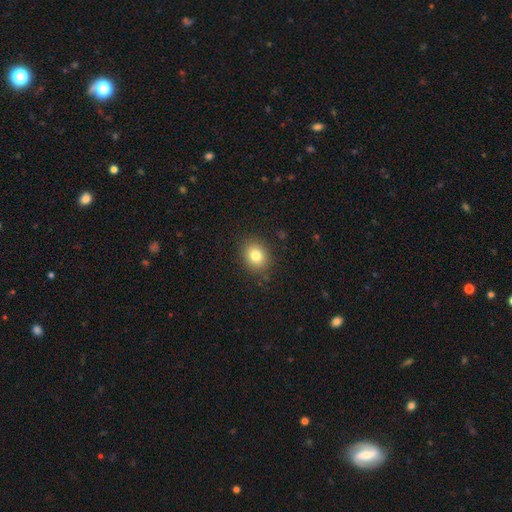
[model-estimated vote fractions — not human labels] Morphology: type=smooth (80%); roundness=round (66%); merging=none (87%).